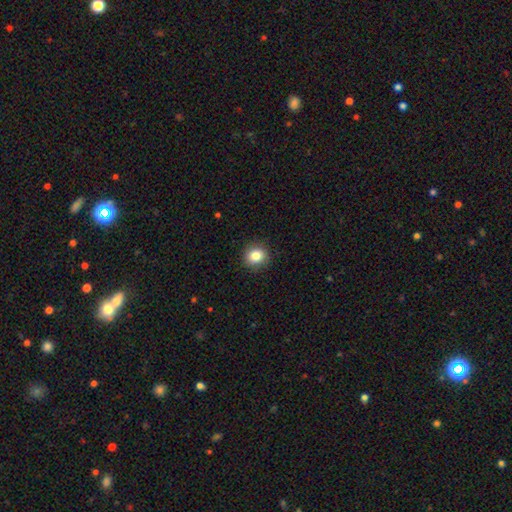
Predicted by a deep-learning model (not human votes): This appears to be a smooth galaxy with no disk features (84%) that is round (81%). Merging: none (90%).